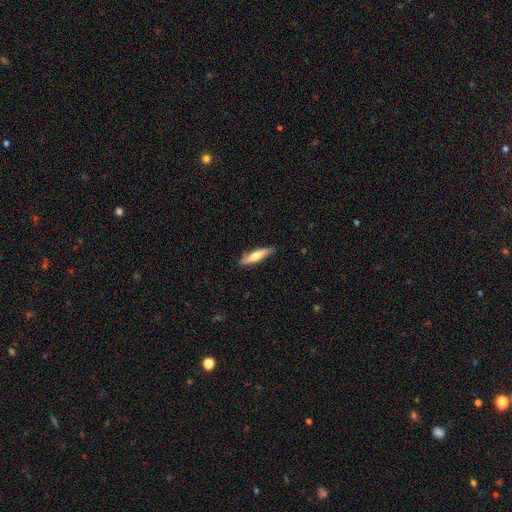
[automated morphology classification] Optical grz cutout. It shows a smooth galaxy with no disk features (62%) that is cigar-shaped (78%). Merging: none (87%).